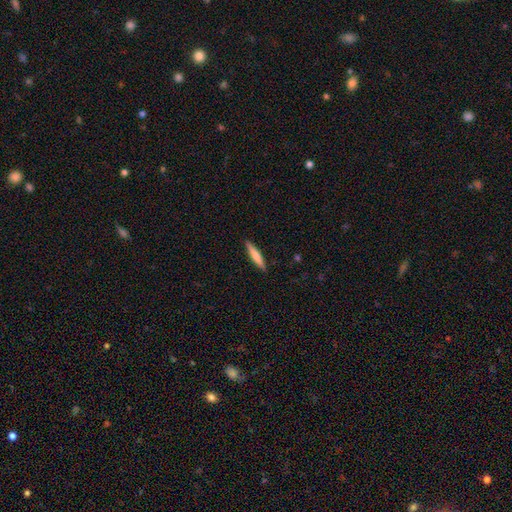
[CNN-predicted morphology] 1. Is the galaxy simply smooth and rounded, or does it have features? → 71% smooth, 24% featured or disk, 5% star or artifact.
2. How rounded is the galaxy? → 90% cigar-shaped, 9% in between, 1% round.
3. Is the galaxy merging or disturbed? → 90% none, 7% minor disturbance, 2% major disturbance, 1% merger.